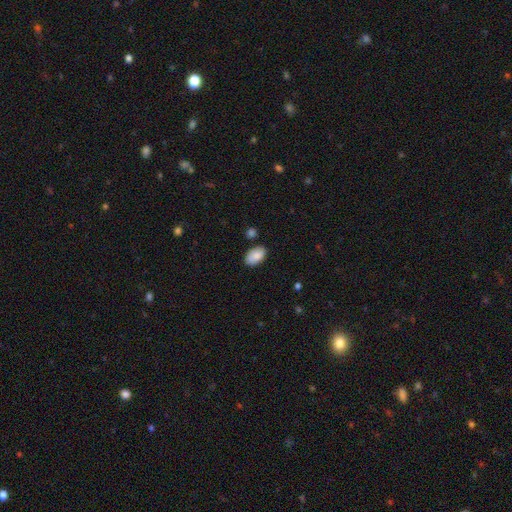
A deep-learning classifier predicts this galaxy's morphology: The model was most divided on "merging": none: 83%, minor disturbance: 12%, merger: 3%, major disturbance: 2%. More confident: how rounded — in between (94%); smooth or featured — smooth (87%).